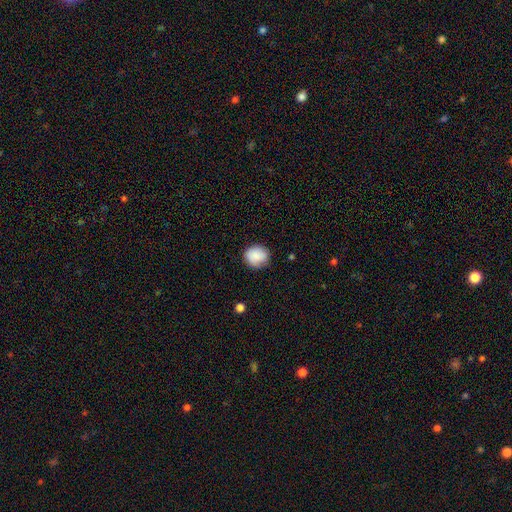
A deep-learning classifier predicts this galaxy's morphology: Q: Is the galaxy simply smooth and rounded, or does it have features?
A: smooth — 86%.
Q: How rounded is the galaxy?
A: round — 81%.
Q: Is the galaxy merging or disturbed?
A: none — 80%.